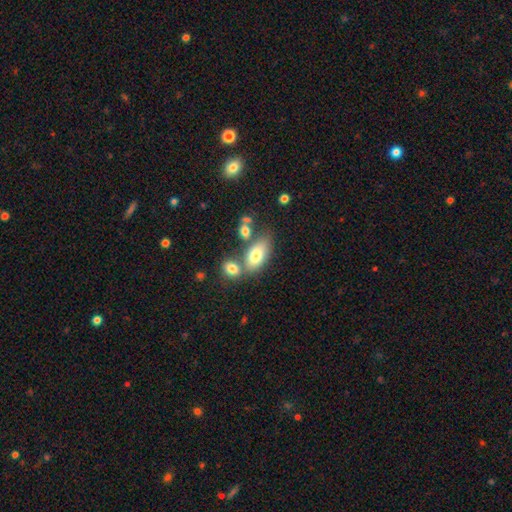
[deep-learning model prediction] Q: Smooth or featured?
A: smooth (76%); runner-up: featured or disk (17%)
Q: How rounded?
A: in between (88%); runner-up: round (7%)
Q: Merging?
A: none (49%); runner-up: merger (34%)